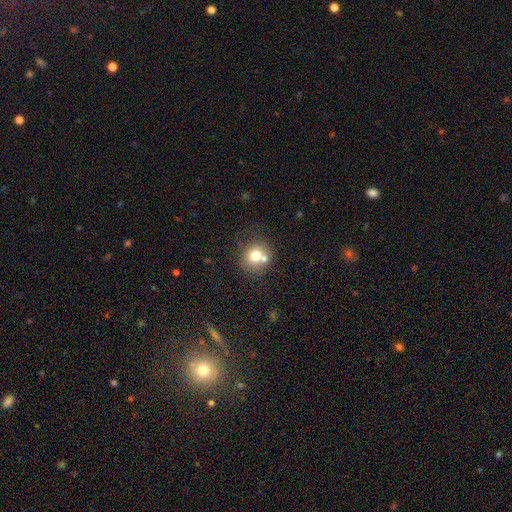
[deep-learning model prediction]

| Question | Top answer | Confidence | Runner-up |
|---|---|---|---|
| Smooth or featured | smooth | 71% | featured or disk (17%) |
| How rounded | round | 88% | in between (12%) |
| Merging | none | 61% | merger (26%) |